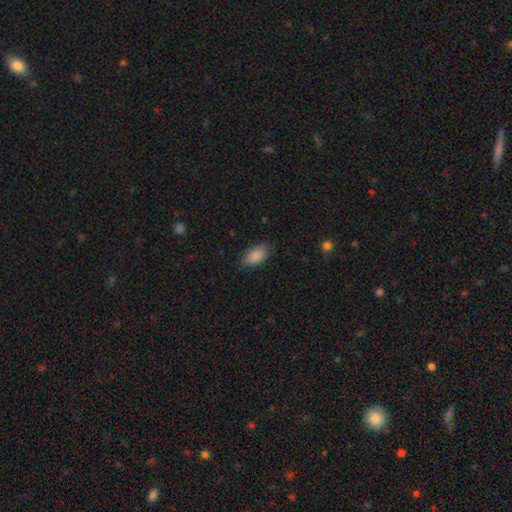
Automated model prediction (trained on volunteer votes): A smooth galaxy with no disk features (89%) that is in between round and cigar-shaped (93%).

Vote fractions:
- Smooth or featured? smooth: 89% / star or artifact: 7% / featured or disk: 4%
- How rounded? in between: 93% / round: 4% / cigar-shaped: 3%
- Merging? none: 83% / minor disturbance: 13% / major disturbance: 3% / merger: 1%